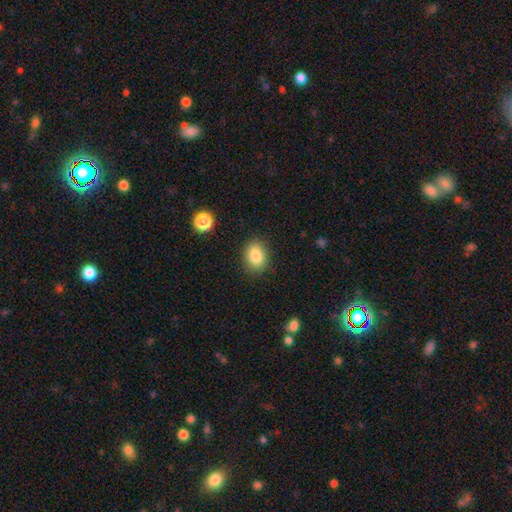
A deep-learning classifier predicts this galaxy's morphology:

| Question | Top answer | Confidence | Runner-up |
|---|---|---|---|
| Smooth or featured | smooth | 85% | star or artifact (9%) |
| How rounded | in between | 71% | round (28%) |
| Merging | none | 85% | minor disturbance (11%) |